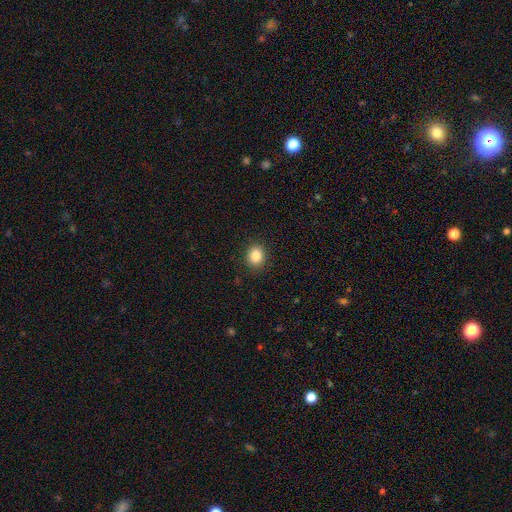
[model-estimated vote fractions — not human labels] Smooth or featured? smooth (85%)
How rounded? round (63%)
Merging? none (89%)